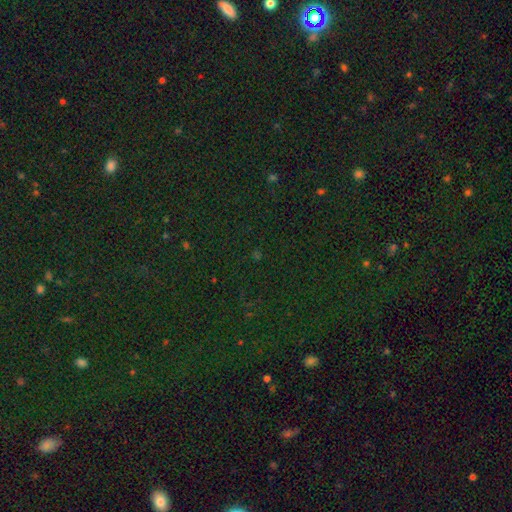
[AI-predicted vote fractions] Smooth or featured? star or artifact (77%)